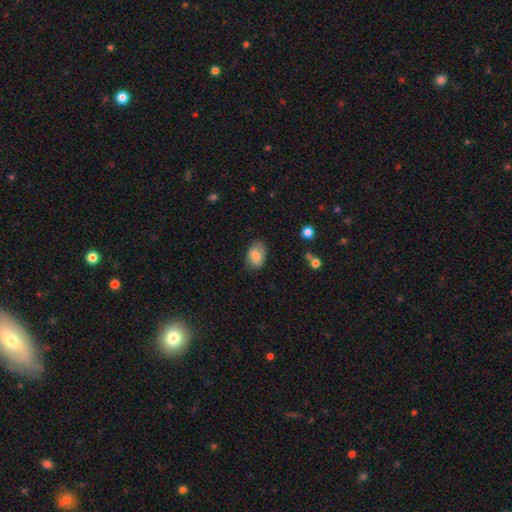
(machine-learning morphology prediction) A smooth galaxy with no disk features (78%) that is in between round and cigar-shaped (87%).

Vote fractions:
- Smooth or featured? smooth: 78% / featured or disk: 14% / star or artifact: 7%
- How rounded? in between: 87% / round: 12% / cigar-shaped: 1%
- Merging? none: 73% / minor disturbance: 21% / major disturbance: 4% / merger: 1%